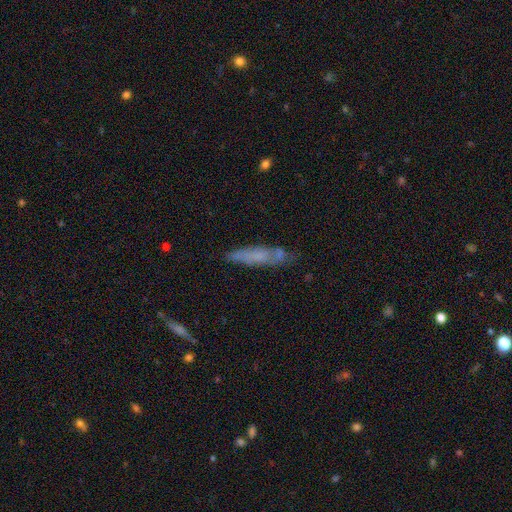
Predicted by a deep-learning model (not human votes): Smooth or featured: smooth — 53% (featured or disk — 38%)
How rounded: cigar-shaped — 82% (in between — 16%)
Merging: none — 67% (minor disturbance — 21%)